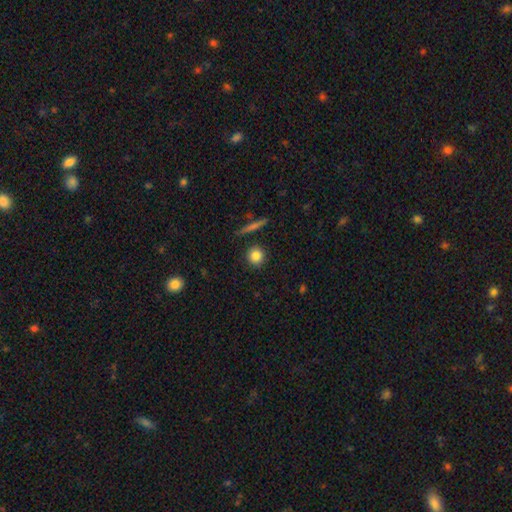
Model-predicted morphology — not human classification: Smooth or featured: smooth — 83% (star or artifact — 9%)
How rounded: round — 91% (in between — 7%)
Merging: none — 89% (minor disturbance — 7%)